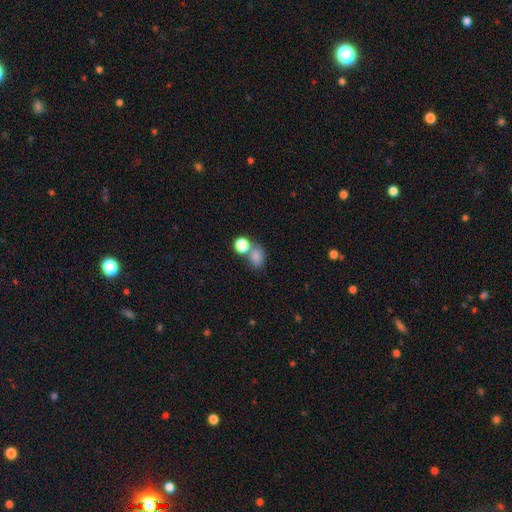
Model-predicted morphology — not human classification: type=smooth (81%); roundness=in between (56%); merging=none (48%).